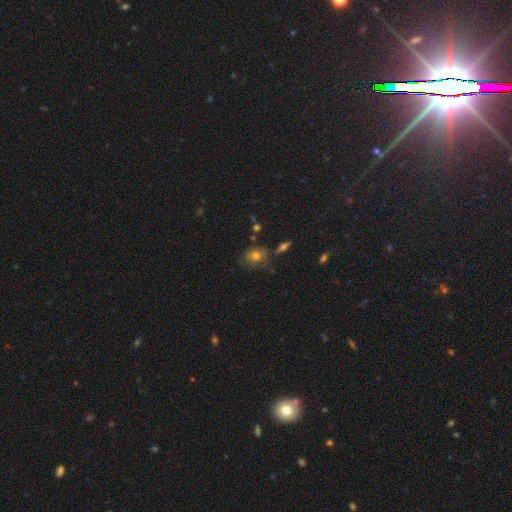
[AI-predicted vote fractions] smooth-or-featured: smooth: 69% | featured or disk: 20% | star or artifact: 11%
  how-rounded: round: 61% | in between: 38% | cigar-shaped: 2%
  merging: none: 63% | minor disturbance: 22% | major disturbance: 8% | merger: 7%